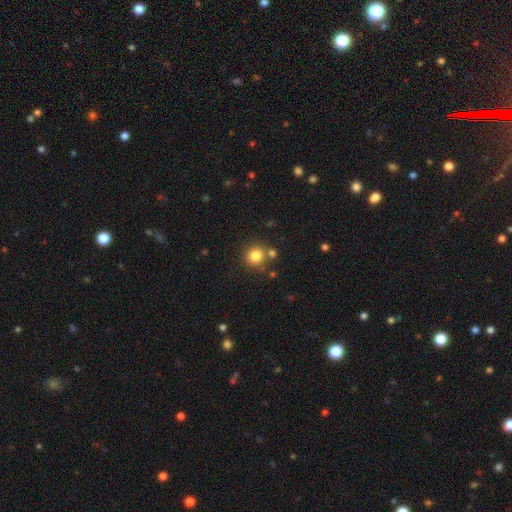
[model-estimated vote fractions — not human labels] Smooth or featured? Predicted: smooth (p=0.82). How rounded? Predicted: round (p=0.92). Merging? Predicted: none (p=0.77).